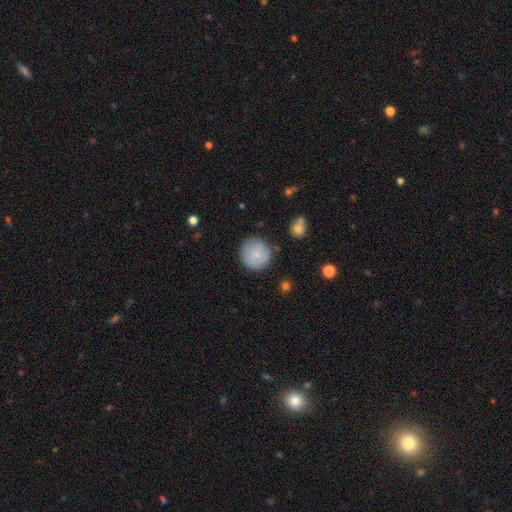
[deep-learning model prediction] A smooth galaxy with no disk features (79%) that is round (95%). Merging: none (84%).